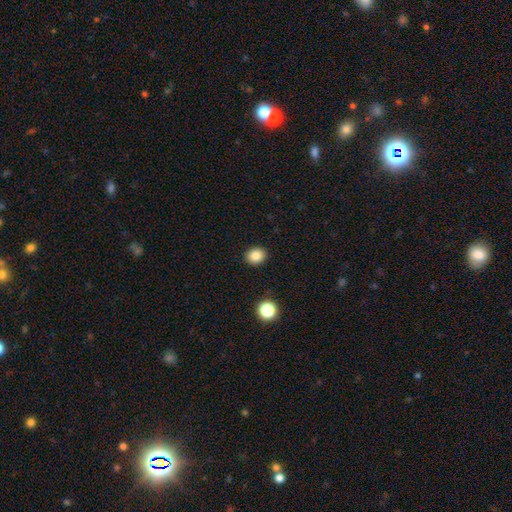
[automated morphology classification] type=smooth (84%); roundness=round (68%); merging=none (91%).